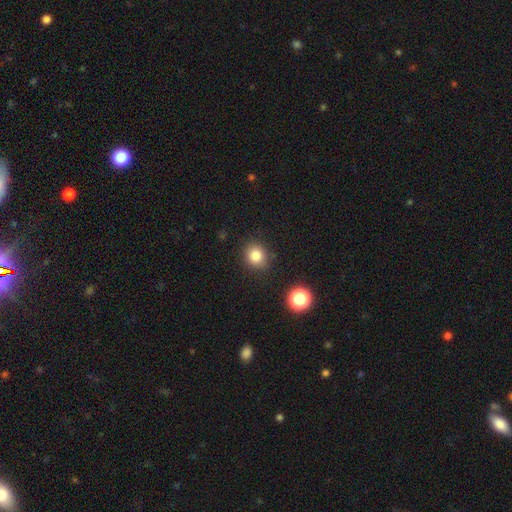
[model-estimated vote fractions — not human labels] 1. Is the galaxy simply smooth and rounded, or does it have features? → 83% smooth, 12% star or artifact, 5% featured or disk.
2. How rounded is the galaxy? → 80% round, 19% in between, 1% cigar-shaped.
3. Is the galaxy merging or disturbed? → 87% none, 9% minor disturbance, 3% major disturbance, 2% merger.